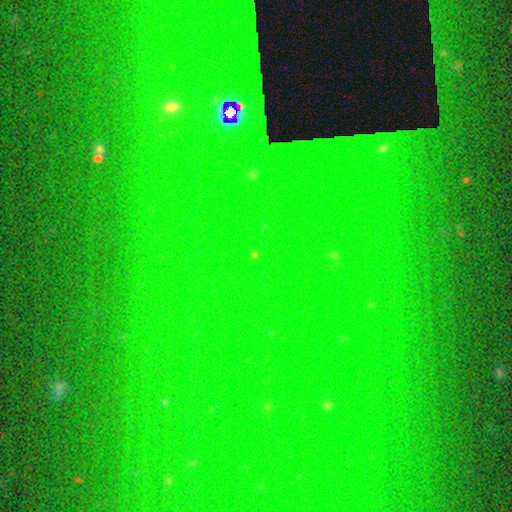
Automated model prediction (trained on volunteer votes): This is clearly a star or artifact rather than a galaxy (80%).